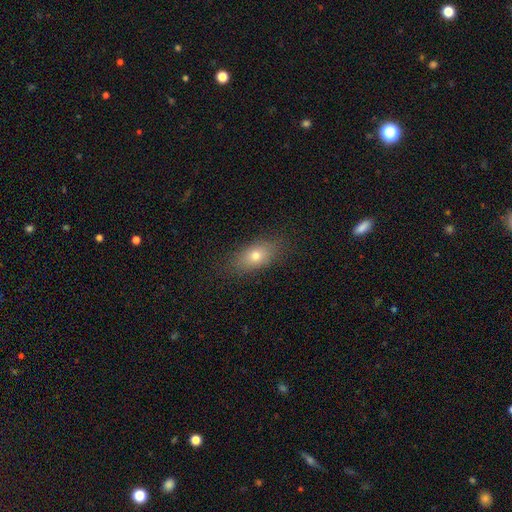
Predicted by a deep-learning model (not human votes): smooth 75%, featured or disk 15%, star or artifact 10%. Down the decision tree: how rounded — in between (81%); merging — none (84%).